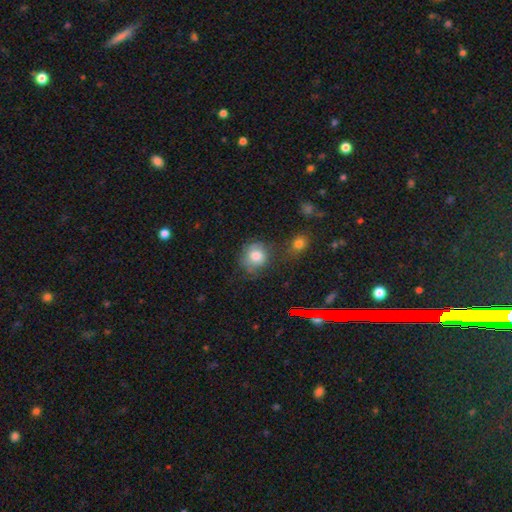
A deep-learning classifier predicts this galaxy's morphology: Smooth or featured?
  - smooth: 76% *
  - featured or disk: 13%
  - star or artifact: 11%
How rounded?
  - round: 79% *
  - in between: 20%
  - cigar-shaped: 1%
Merging?
  - none: 59% *
  - minor disturbance: 22%
  - major disturbance: 10%
  - merger: 9%